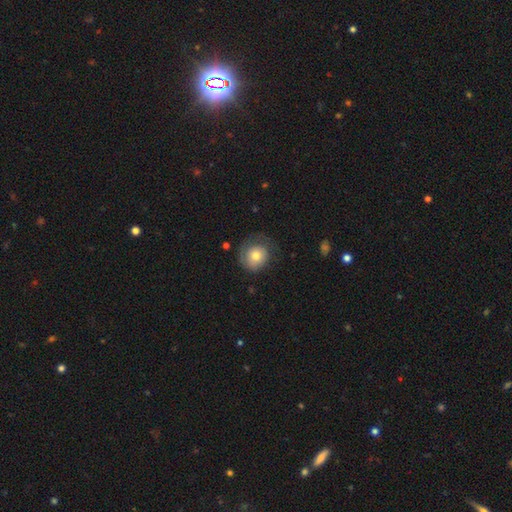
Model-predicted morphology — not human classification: Smooth or featured?
  - smooth: 64% *
  - featured or disk: 29%
  - star or artifact: 7%
How rounded?
  - round: 85% *
  - in between: 14%
  - cigar-shaped: 1%
Merging?
  - none: 60% *
  - minor disturbance: 23%
  - major disturbance: 16%
  - merger: 2%